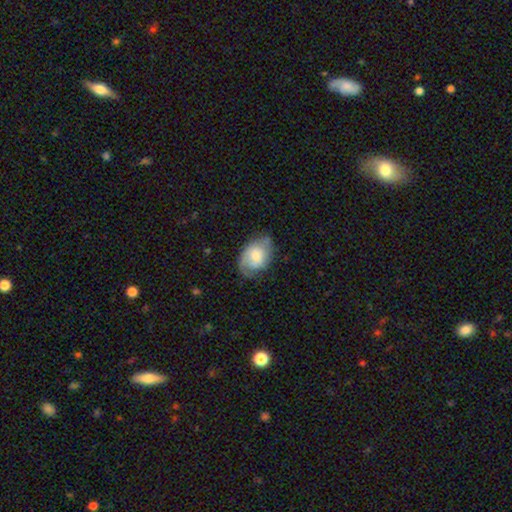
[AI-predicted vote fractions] Morphology: type=smooth (49%); merging=none (58%).